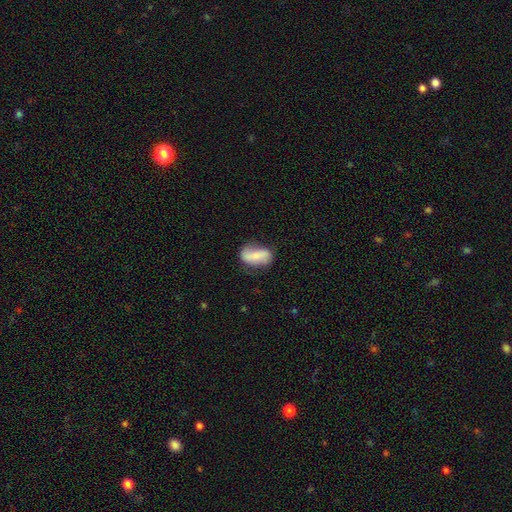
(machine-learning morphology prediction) type=smooth (60%); roundness=in between (87%); merging=none (60%).